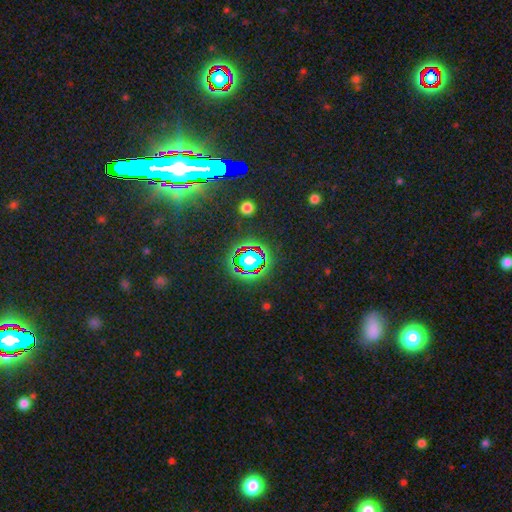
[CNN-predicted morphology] Q: Smooth or featured?
A: star or artifact (78%); runner-up: smooth (11%)